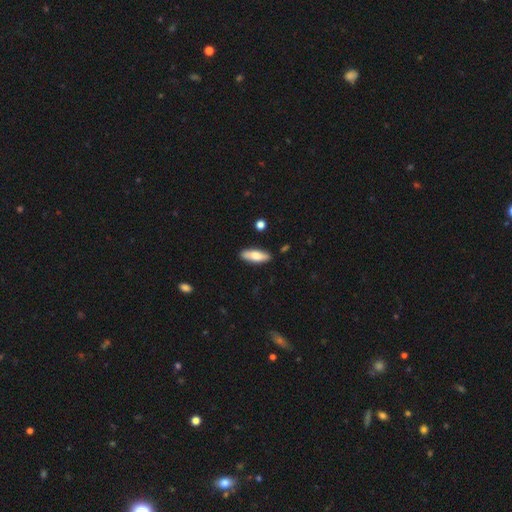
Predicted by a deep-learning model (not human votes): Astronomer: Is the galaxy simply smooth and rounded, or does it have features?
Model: smooth — 69%.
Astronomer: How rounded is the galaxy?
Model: in between — 57% (runner-up: cigar-shaped, 41%).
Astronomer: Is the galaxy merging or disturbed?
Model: none — 85%.